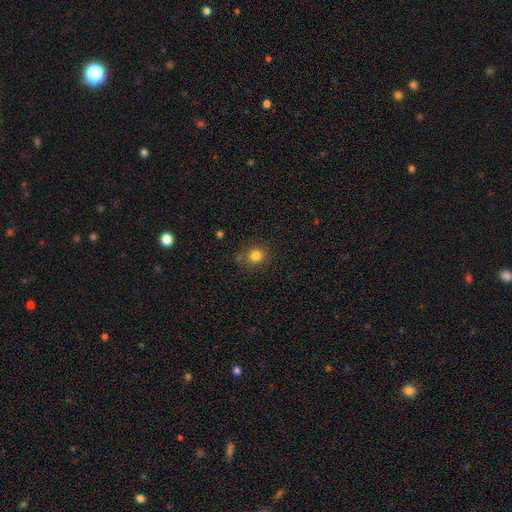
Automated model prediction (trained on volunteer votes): smooth 81%, star or artifact 12%, featured or disk 6%. Down the decision tree: how rounded — round (78%); merging — none (77%).